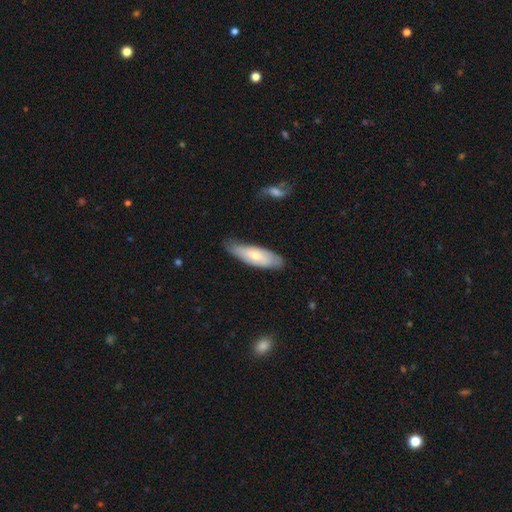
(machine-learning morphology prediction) Smooth or featured? smooth (61%)
How rounded? in between (57%)
Merging? none (71%)